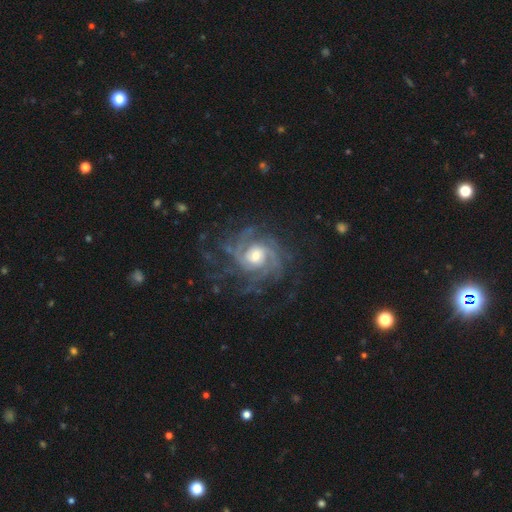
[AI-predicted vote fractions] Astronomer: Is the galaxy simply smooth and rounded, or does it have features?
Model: featured or disk — 90%.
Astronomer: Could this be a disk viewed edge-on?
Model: no — 98%.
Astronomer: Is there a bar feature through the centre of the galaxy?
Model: no — 68%.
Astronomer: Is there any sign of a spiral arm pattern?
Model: yes — 98%.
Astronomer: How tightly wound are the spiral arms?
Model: tight — 59%.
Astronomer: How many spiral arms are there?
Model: can't tell — 23% (runner-up: 3, 22%).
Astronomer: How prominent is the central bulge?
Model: moderate — 57%.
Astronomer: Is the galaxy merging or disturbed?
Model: none — 70%.